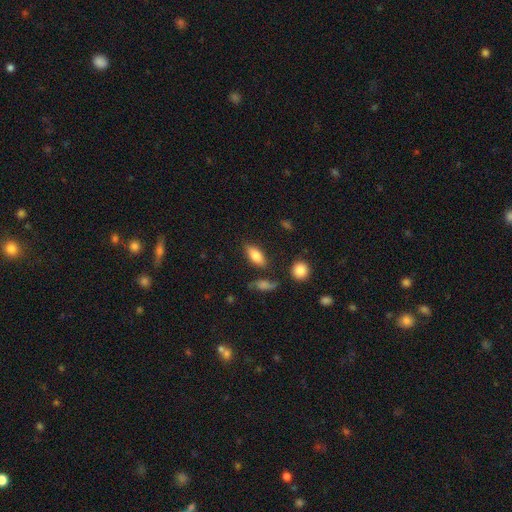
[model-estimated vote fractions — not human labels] Smooth or featured?
  - smooth: 78% *
  - featured or disk: 15%
  - star or artifact: 7%
How rounded?
  - in between: 83% *
  - cigar-shaped: 13%
  - round: 4%
Merging?
  - none: 76% *
  - minor disturbance: 14%
  - merger: 5%
  - major disturbance: 4%